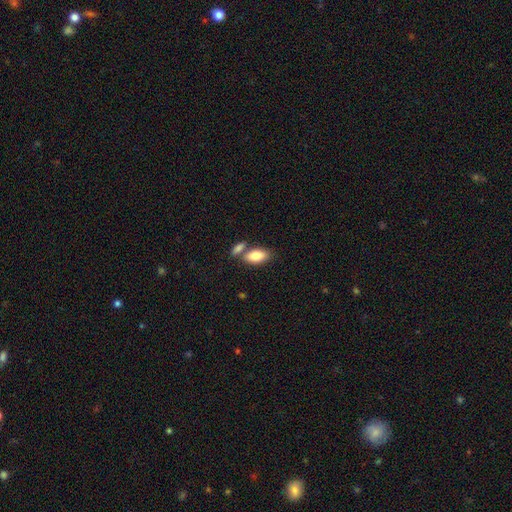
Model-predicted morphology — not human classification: This appears to be a smooth galaxy with no disk features (81%) that is in between round and cigar-shaped (91%). Merging: none (55%).